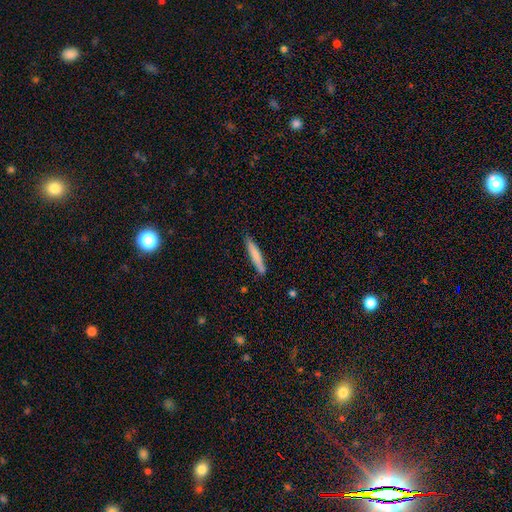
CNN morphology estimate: Q: Smooth or featured?
A: smooth (75%); runner-up: featured or disk (19%)
Q: How rounded?
A: cigar-shaped (93%); runner-up: in between (6%)
Q: Merging?
A: none (84%); runner-up: minor disturbance (12%)